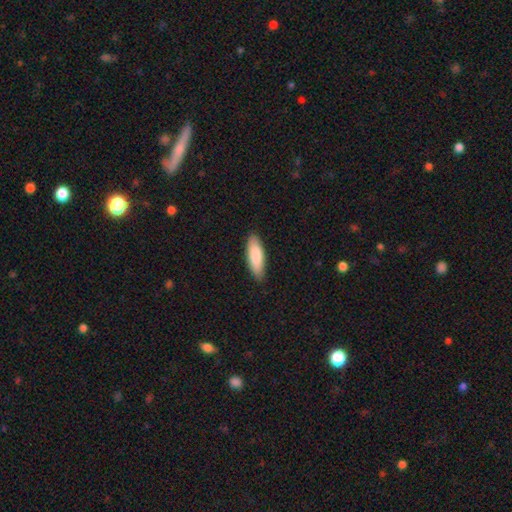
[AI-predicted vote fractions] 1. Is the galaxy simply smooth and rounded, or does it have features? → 86% smooth, 9% featured or disk, 5% star or artifact.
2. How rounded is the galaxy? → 57% in between, 42% cigar-shaped, 2% round.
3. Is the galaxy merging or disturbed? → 88% none, 9% minor disturbance, 2% major disturbance, 1% merger.